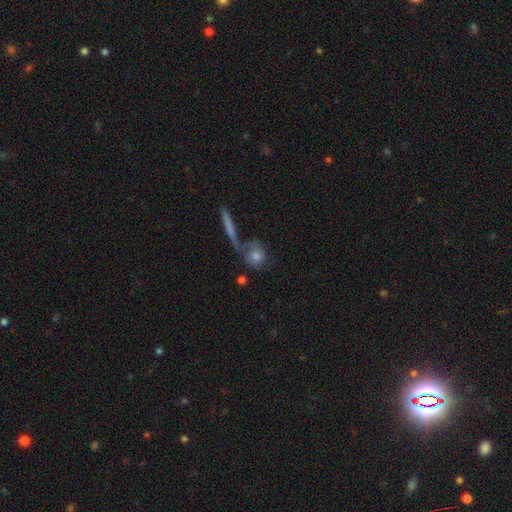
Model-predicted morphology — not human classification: smooth_or_featured: smooth (p=0.52) [alt: featured or disk p=0.38]
how_rounded: round (p=0.68) [alt: in between p=0.20]
merging: none (p=0.47) [alt: merger p=0.25]